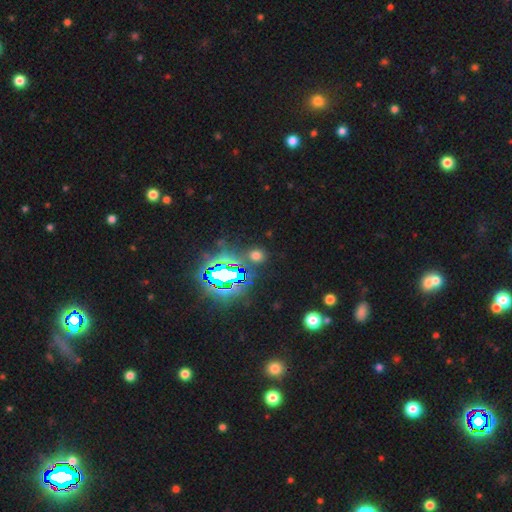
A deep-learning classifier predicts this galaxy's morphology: smooth-or-featured: star or artifact: 48% | smooth: 45% | featured or disk: 8%